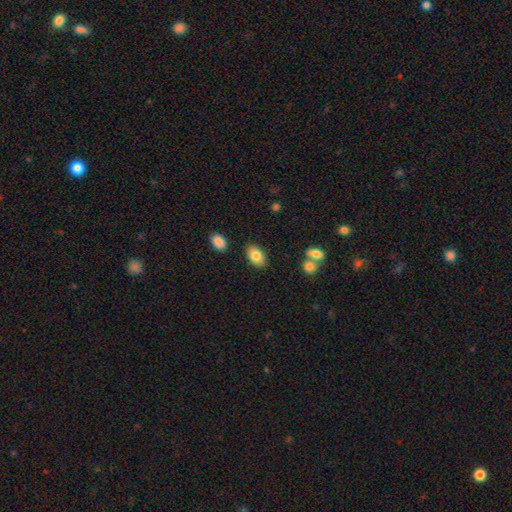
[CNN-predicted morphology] The model was most divided on "smooth or featured": smooth: 83%, featured or disk: 9%, star or artifact: 7%. More confident: how rounded — in between (92%); merging — none (85%).